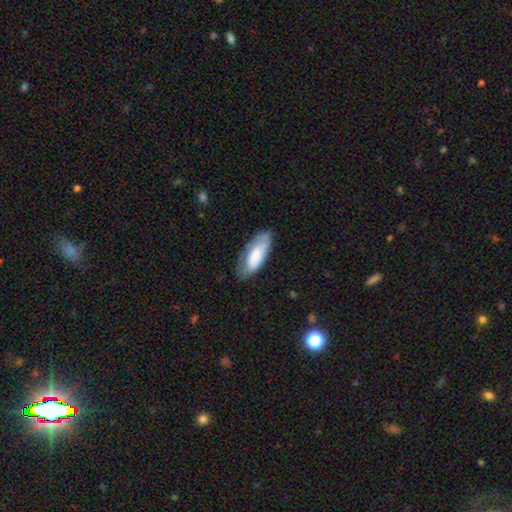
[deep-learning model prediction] Smooth or featured? Predicted: smooth (p=0.74). How rounded? Predicted: in between (p=0.76). Merging? Predicted: none (p=0.64).